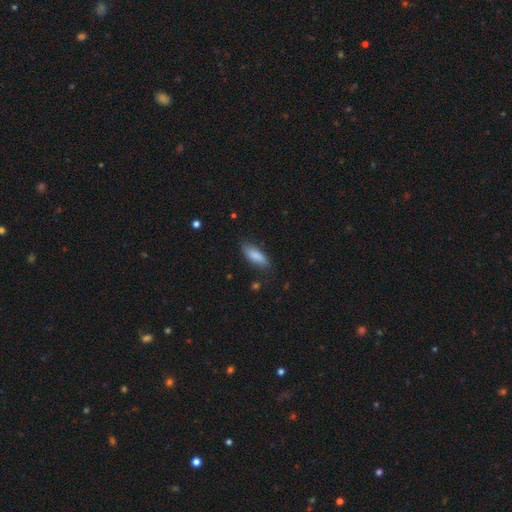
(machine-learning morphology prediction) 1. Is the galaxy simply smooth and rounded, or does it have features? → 87% smooth, 7% featured or disk, 6% star or artifact.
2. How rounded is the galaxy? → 66% in between, 32% cigar-shaped, 2% round.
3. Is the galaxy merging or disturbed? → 82% none, 14% minor disturbance, 3% major disturbance, 1% merger.